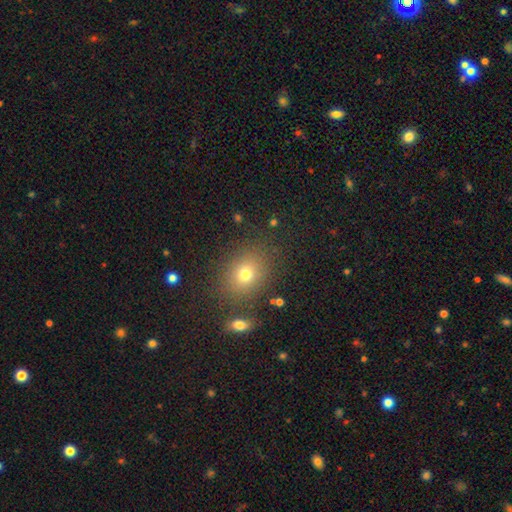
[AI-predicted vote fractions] Smooth or featured? Predicted: smooth (p=0.66). How rounded? Predicted: round (p=0.53). Merging? Predicted: none (p=0.85).